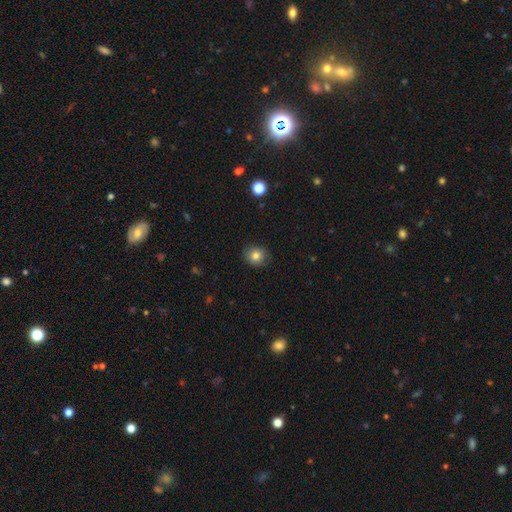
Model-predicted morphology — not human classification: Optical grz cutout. It shows a smooth galaxy with no disk features (82%) that is round (76%). Merging: none (86%).